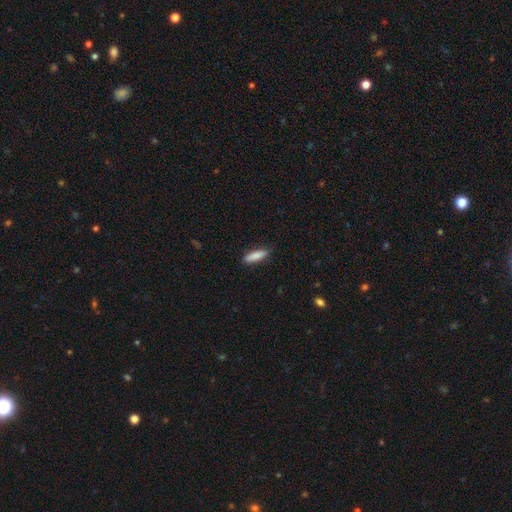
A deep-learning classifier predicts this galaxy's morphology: smooth 86%, featured or disk 8%, star or artifact 6%. Down the decision tree: how rounded — cigar-shaped (62%); merging — none (86%).